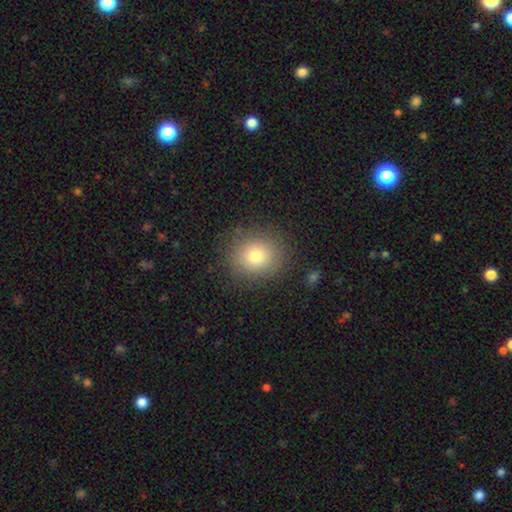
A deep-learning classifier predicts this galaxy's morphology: Smooth or featured? Predicted: smooth (p=0.77). How rounded? Predicted: round (p=0.81). Merging? Predicted: none (p=0.85).